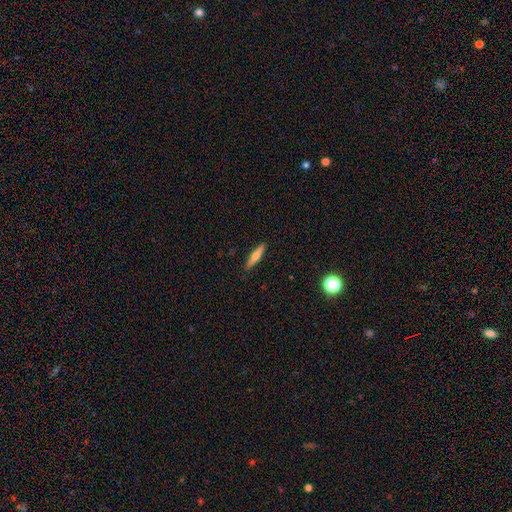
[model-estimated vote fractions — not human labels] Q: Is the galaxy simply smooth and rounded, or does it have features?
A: smooth — 54%.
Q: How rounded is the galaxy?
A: cigar-shaped — 82%.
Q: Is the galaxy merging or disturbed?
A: none — 90%.